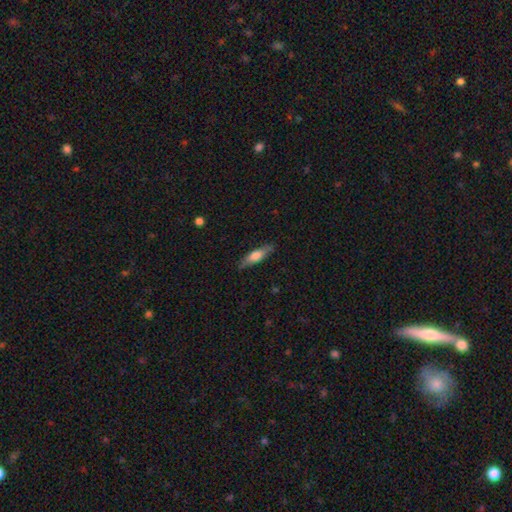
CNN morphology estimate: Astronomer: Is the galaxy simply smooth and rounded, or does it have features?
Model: smooth — 58% (runner-up: featured or disk, 36%).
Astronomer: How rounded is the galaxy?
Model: cigar-shaped — 61% (runner-up: in between, 36%).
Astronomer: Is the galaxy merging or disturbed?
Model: none — 83%.